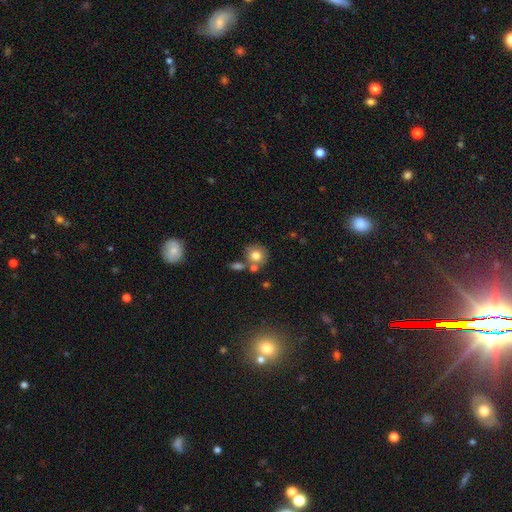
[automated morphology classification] The model was most divided on "merging": none: 56%, merger: 26%, minor disturbance: 13%, major disturbance: 5%. More confident: how rounded — round (81%); smooth or featured — smooth (76%).